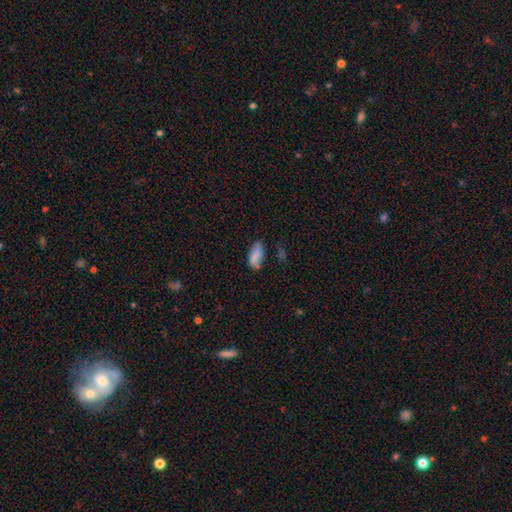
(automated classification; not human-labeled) This appears to be a smooth galaxy with no disk features (83%) that is in between round and cigar-shaped (82%). Merging: none (58%).